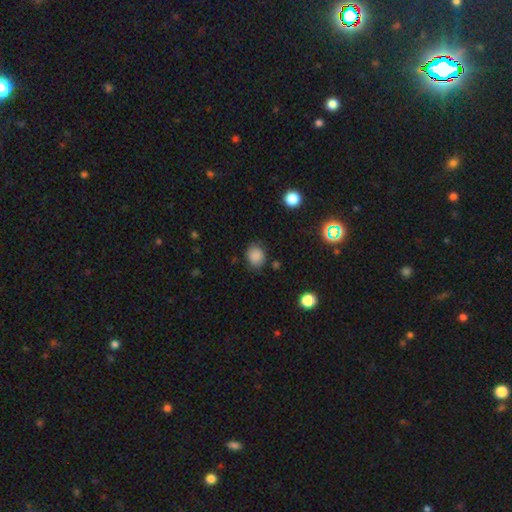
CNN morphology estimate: smooth_or_featured: smooth (p=0.84) [alt: star or artifact p=0.12]
how_rounded: round (p=0.60) [alt: in between p=0.39]
merging: none (p=0.77) [alt: minor disturbance p=0.17]